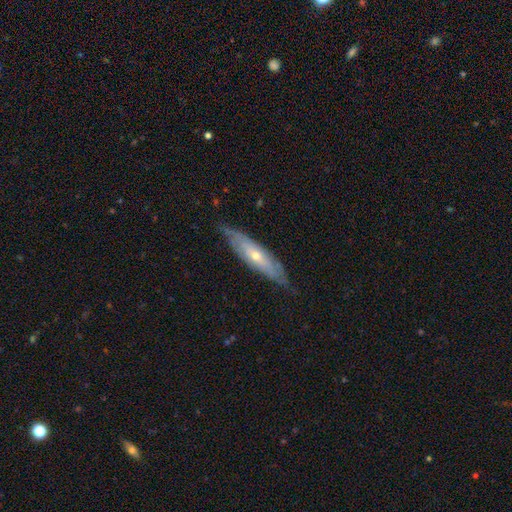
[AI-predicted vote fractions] smooth_or_featured: featured or disk (p=0.64) [alt: smooth p=0.30]
disk_edge_on: no (p=0.53) [alt: yes p=0.47]
merging: none (p=0.75) [alt: minor disturbance p=0.19]